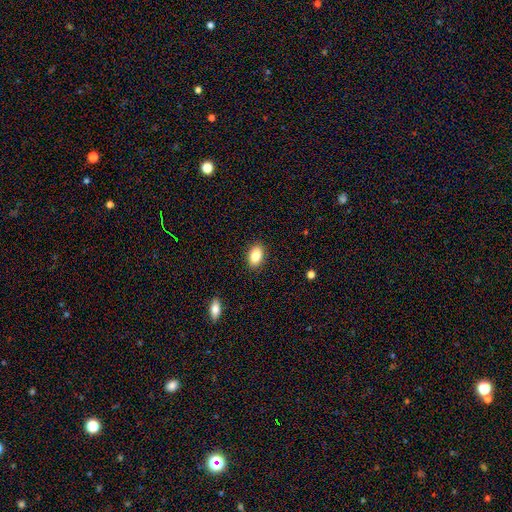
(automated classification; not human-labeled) Q: Smooth or featured?
A: smooth (86%); runner-up: star or artifact (8%)
Q: How rounded?
A: in between (89%); runner-up: round (9%)
Q: Merging?
A: none (89%); runner-up: minor disturbance (8%)